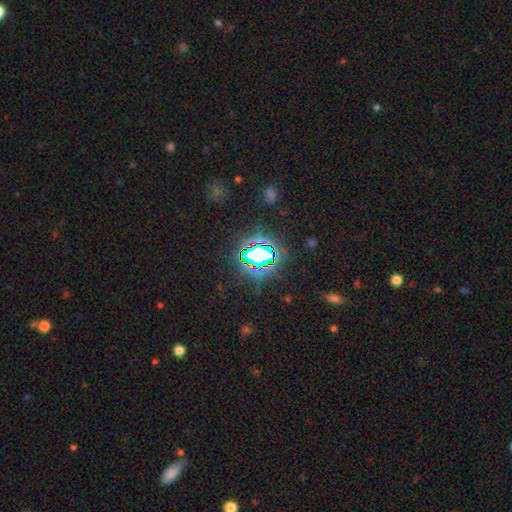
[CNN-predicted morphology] Smooth or featured? Predicted: star or artifact (p=0.75).